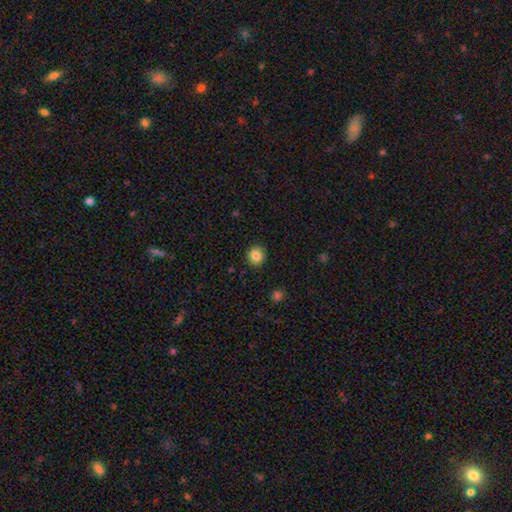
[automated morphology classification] Smooth or featured?
  - smooth: 85% *
  - star or artifact: 10%
  - featured or disk: 5%
How rounded?
  - round: 88% *
  - in between: 11%
  - cigar-shaped: 1%
Merging?
  - none: 91% *
  - minor disturbance: 6%
  - major disturbance: 2%
  - merger: 1%